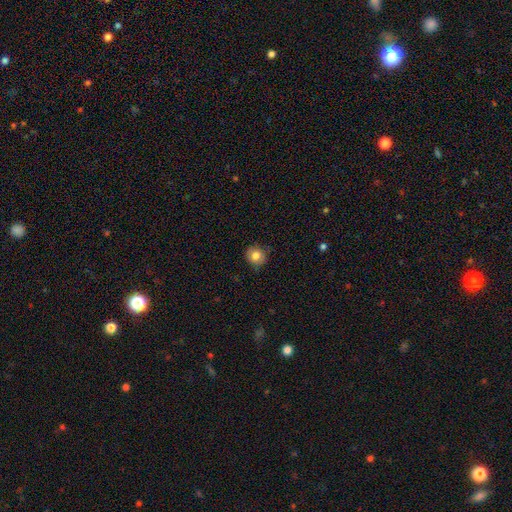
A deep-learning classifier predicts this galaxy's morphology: Smooth or featured: smooth — 80% (featured or disk — 10%)
How rounded: round — 88% (in between — 11%)
Merging: none — 85% (minor disturbance — 12%)